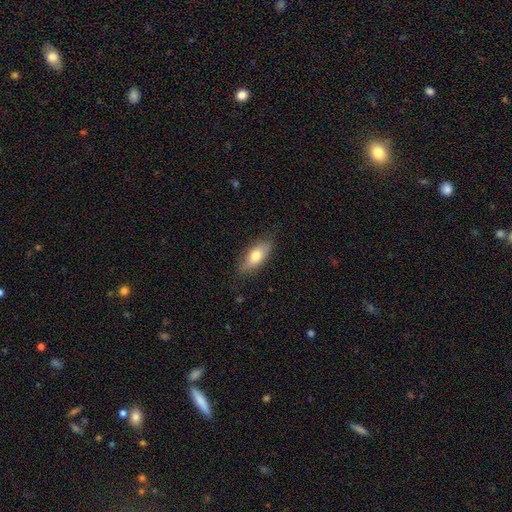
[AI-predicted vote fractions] smooth-or-featured: smooth: 71% | featured or disk: 22% | star or artifact: 7%
  how-rounded: in between: 79% | cigar-shaped: 18% | round: 4%
  merging: none: 79% | minor disturbance: 17% | major disturbance: 3% | merger: 1%